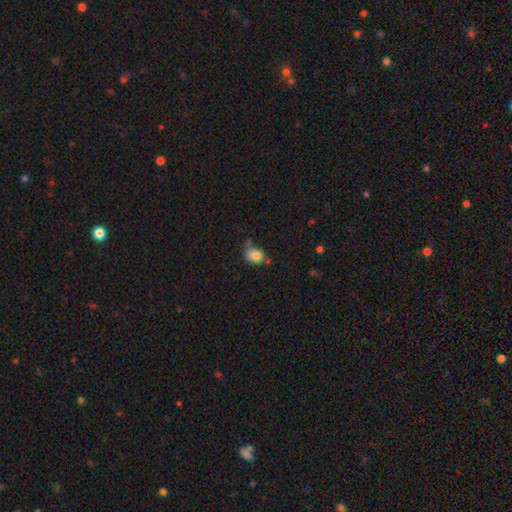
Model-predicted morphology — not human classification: This appears to be a smooth galaxy with no disk features (82%) that is in between round and cigar-shaped (69%). Merging: none (48%).